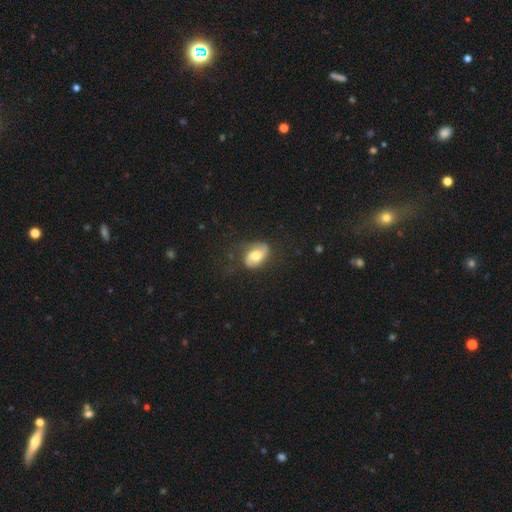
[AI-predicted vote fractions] The model was most divided on "smooth or featured": featured or disk: 56%, smooth: 37%, star or artifact: 7%. More confident: edge-on disk — no (96%); spiral arms — yes (86%); bulge size — moderate (63%); merging — none (62%); bar — no (61%).